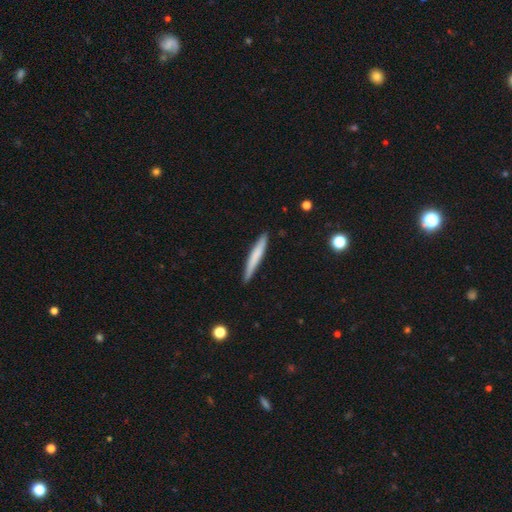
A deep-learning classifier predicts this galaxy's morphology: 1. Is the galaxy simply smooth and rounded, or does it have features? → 69% smooth, 26% featured or disk, 5% star or artifact.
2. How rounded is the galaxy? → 95% cigar-shaped, 4% in between, 1% round.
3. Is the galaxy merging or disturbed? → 88% none, 9% minor disturbance, 2% major disturbance, 1% merger.